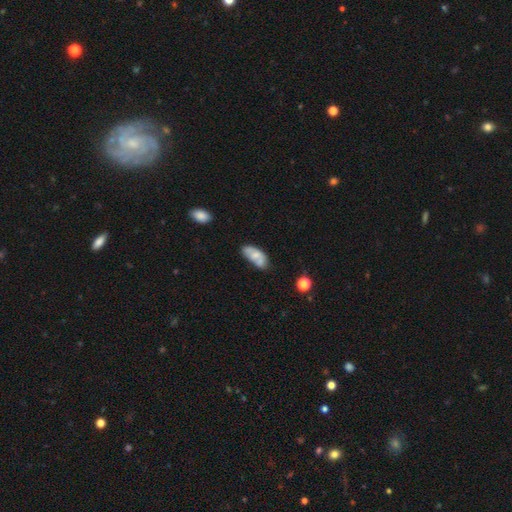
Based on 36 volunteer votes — smooth-or-featured: smooth: 58% | featured or disk: 36% | star or artifact: 6%
  how-rounded: in between: 76% | cigar-shaped: 19% | round: 5%
  merging: none: 56% | minor disturbance: 38% | major disturbance: 3% | merger: 3%